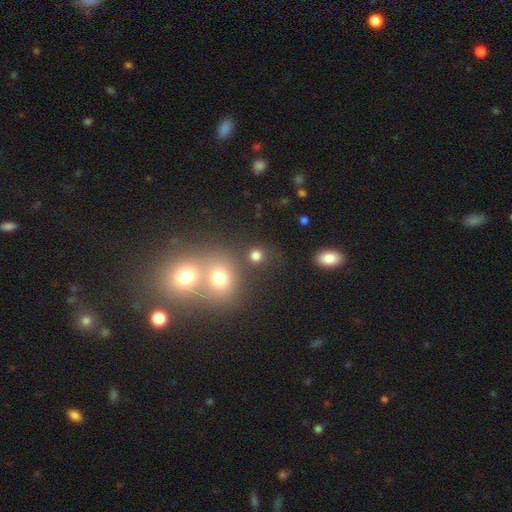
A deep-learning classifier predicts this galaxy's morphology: A smooth galaxy with no disk features (76%) that is round (87%). Merging: none (70%).